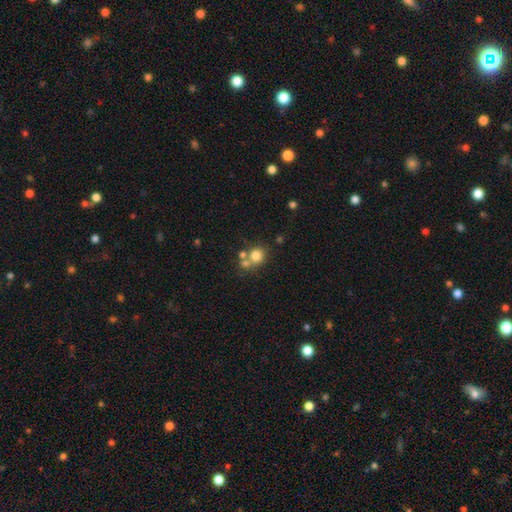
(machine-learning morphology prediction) smooth_or_featured: smooth (p=0.75) [alt: star or artifact p=0.13]
how_rounded: round (p=0.83) [alt: in between p=0.16]
merging: none (p=0.51) [alt: merger p=0.37]